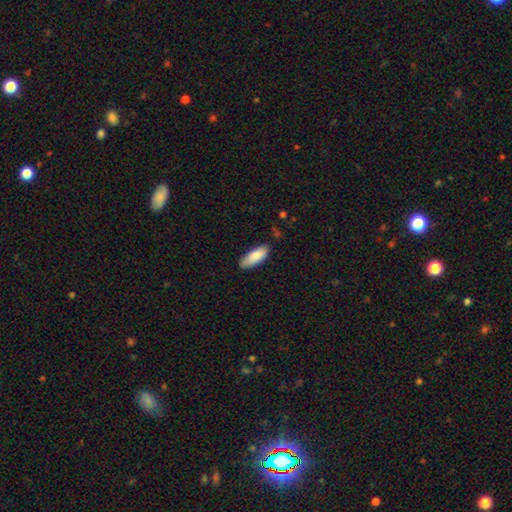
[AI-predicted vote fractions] smooth-or-featured: smooth: 86% | featured or disk: 9% | star or artifact: 6%
  how-rounded: in between: 75% | cigar-shaped: 23% | round: 2%
  merging: none: 77% | minor disturbance: 18% | major disturbance: 3% | merger: 2%